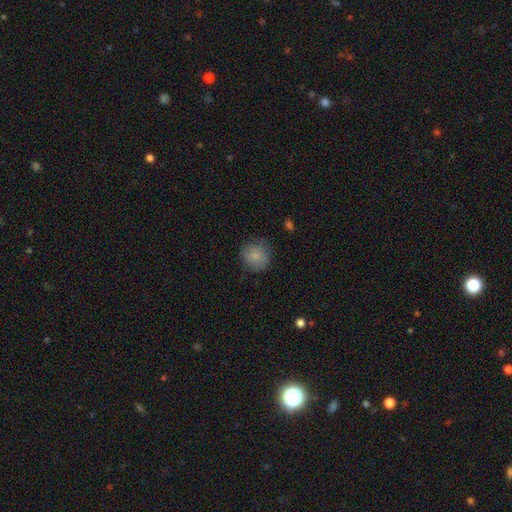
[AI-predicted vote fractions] Q: Smooth or featured?
A: smooth (82%); runner-up: featured or disk (10%)
Q: How rounded?
A: round (89%); runner-up: in between (10%)
Q: Merging?
A: none (77%); runner-up: minor disturbance (18%)